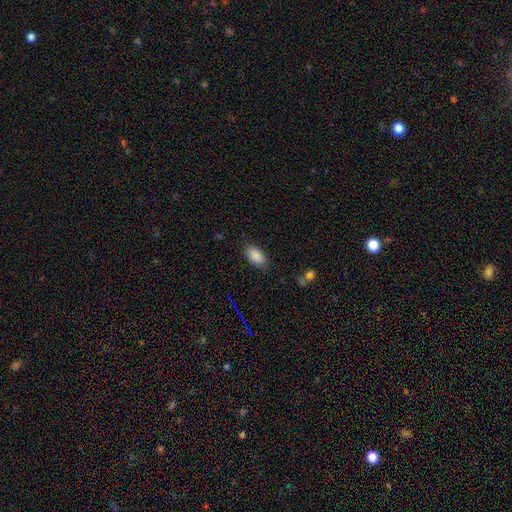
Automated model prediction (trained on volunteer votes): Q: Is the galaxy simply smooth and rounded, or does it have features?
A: smooth — 87%.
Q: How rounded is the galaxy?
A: in between — 92%.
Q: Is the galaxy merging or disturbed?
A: none — 83%.